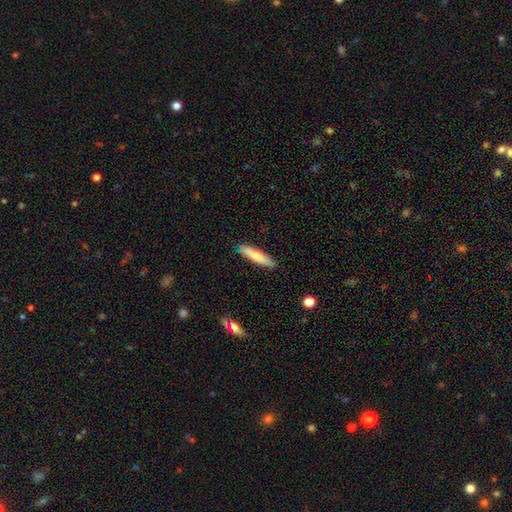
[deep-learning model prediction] smooth_or_featured: smooth (p=0.79) [alt: featured or disk p=0.16]
how_rounded: cigar-shaped (p=0.84) [alt: in between p=0.15]
merging: none (p=0.89) [alt: minor disturbance p=0.08]